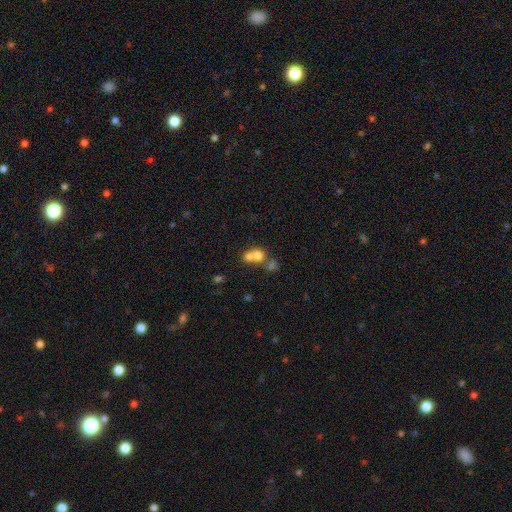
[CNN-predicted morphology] This appears to be a smooth galaxy with no disk features (68%) that is round (74%). Merging: merger (66%).